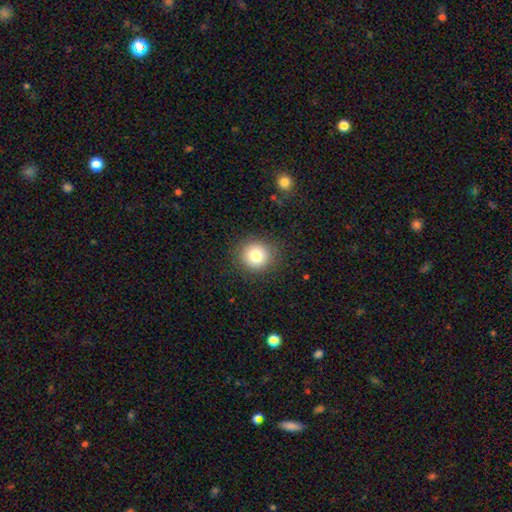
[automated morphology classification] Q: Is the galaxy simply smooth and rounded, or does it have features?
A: smooth — 80%.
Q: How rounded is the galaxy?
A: round — 89%.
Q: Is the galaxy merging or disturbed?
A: none — 87%.